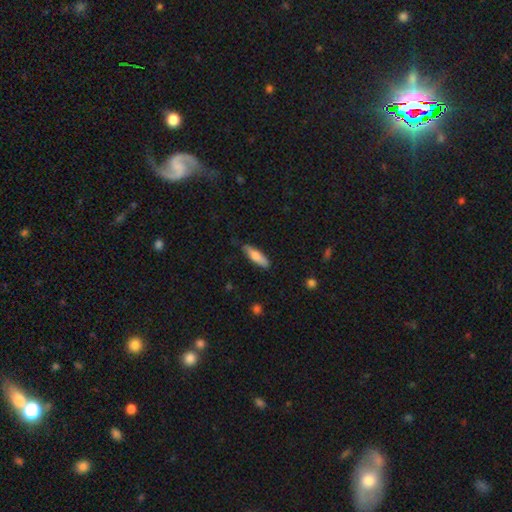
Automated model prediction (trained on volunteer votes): smooth 74%, featured or disk 20%, star or artifact 6%. Down the decision tree: how rounded — cigar-shaped (62%); merging — none (79%).